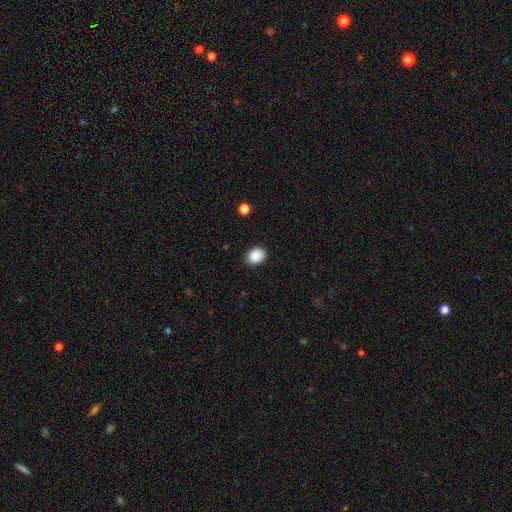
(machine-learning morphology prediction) Smooth or featured? Predicted: smooth (p=0.89). How rounded? Predicted: in between (p=0.53). Merging? Predicted: none (p=0.87).